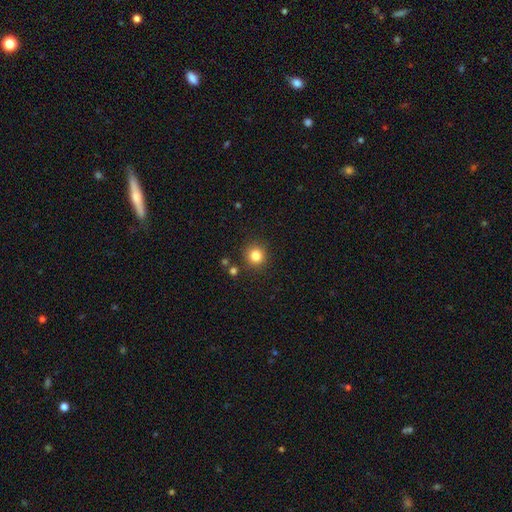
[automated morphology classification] This is clearly a smooth galaxy (83%). How rounded: clearly round (93%). Merging: clearly none (87%).